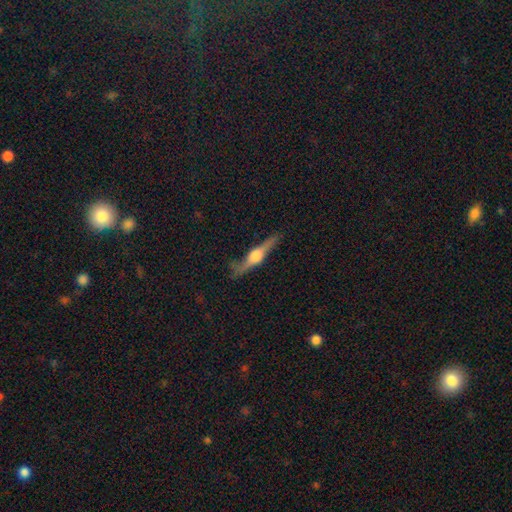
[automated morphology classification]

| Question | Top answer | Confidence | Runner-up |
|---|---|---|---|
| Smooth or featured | featured or disk | 80% | smooth (15%) |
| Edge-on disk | yes | 96% | no (4%) |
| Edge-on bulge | rounded | 89% | boxy (8%) |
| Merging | none | 81% | minor disturbance (13%) |